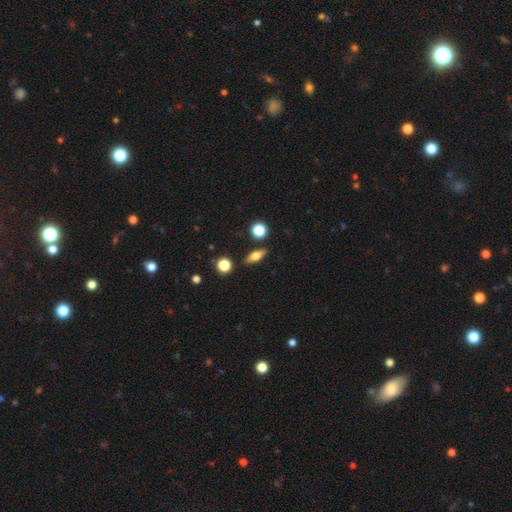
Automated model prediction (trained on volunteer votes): A smooth galaxy with no disk features (47%). Merging: none (86%).